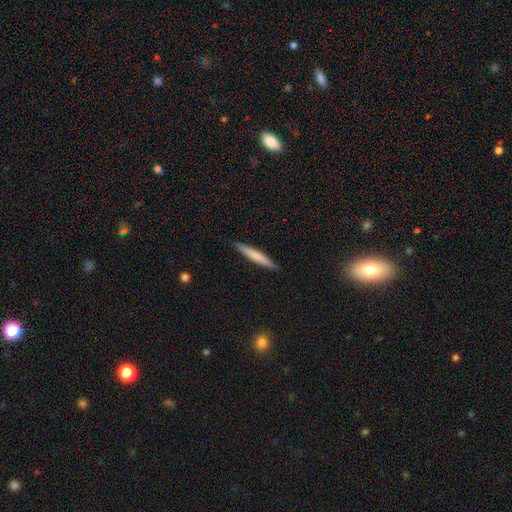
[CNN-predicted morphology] Q: Smooth or featured?
A: smooth (68%); runner-up: featured or disk (27%)
Q: How rounded?
A: cigar-shaped (95%); runner-up: in between (4%)
Q: Merging?
A: none (91%); runner-up: minor disturbance (7%)